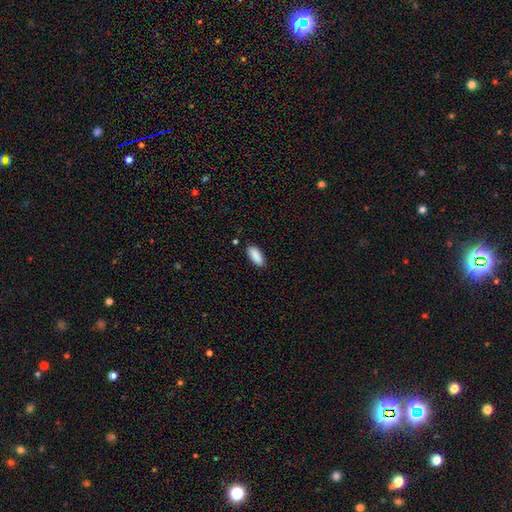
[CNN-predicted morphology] This appears to be a smooth galaxy with no disk features (90%) that is in between round and cigar-shaped (84%). Merging: none (87%).